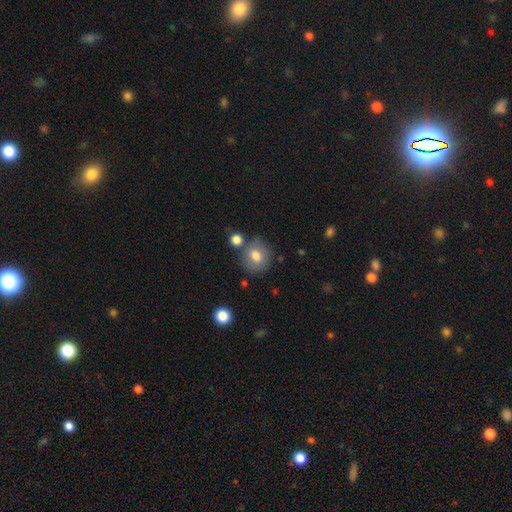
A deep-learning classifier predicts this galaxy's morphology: Smooth or featured? Predicted: smooth (p=0.76). How rounded? Predicted: round (p=0.79). Merging? Predicted: none (p=0.71).